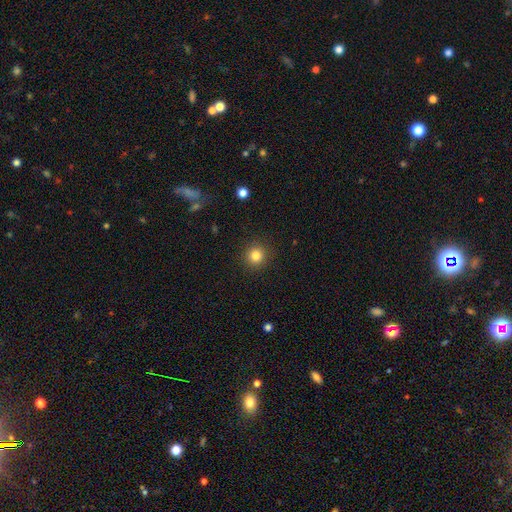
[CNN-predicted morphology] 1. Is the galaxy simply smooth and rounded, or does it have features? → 84% smooth, 12% star or artifact, 5% featured or disk.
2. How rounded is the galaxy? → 93% round, 6% in between, 1% cigar-shaped.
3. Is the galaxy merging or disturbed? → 91% none, 6% minor disturbance, 2% major disturbance, 1% merger.